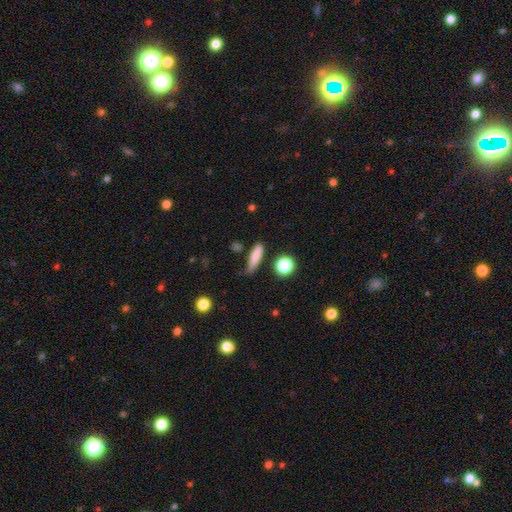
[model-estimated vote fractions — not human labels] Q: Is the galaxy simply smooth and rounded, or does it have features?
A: smooth — 80%.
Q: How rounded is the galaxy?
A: cigar-shaped — 65%.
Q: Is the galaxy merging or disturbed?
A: none — 57%.